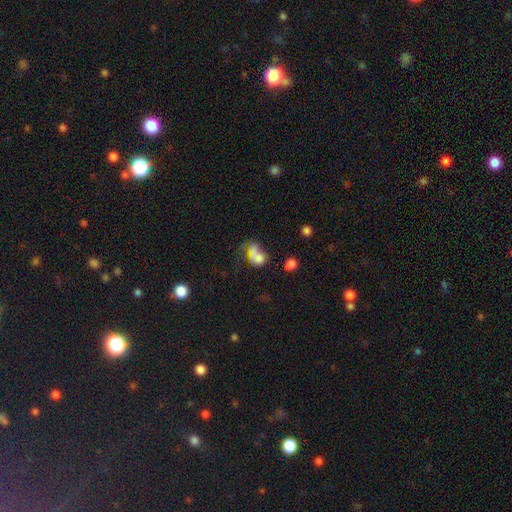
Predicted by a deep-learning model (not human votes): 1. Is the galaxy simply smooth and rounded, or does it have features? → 65% smooth, 20% featured or disk, 15% star or artifact.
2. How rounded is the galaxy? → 57% in between, 40% round, 3% cigar-shaped.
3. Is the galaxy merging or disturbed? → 50% merger, 24% none, 15% major disturbance, 11% minor disturbance.